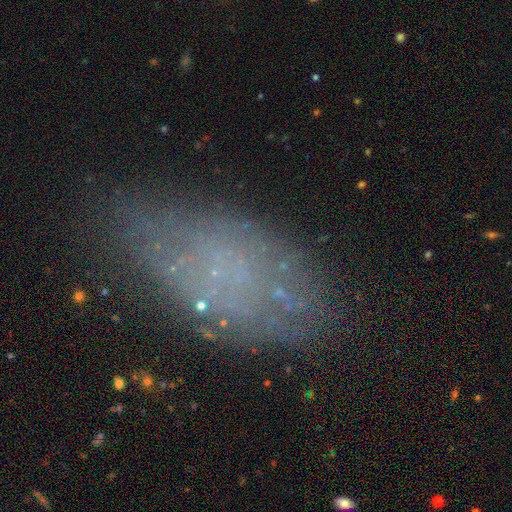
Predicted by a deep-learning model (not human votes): Smooth or featured: smooth — 43% (featured or disk — 39%)
Merging: none — 65% (minor disturbance — 21%)